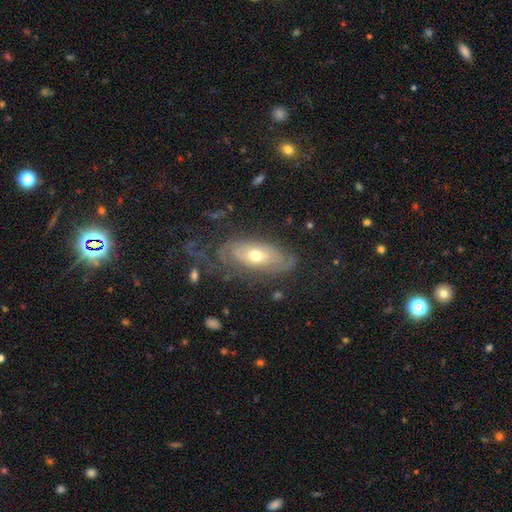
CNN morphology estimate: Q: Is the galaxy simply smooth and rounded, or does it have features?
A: featured or disk — 64%.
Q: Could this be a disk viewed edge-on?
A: no — 85%.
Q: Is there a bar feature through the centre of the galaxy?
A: no — 81%.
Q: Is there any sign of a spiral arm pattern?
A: yes — 67%.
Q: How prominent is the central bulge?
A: moderate — 71%.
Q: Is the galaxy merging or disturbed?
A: none — 63%.